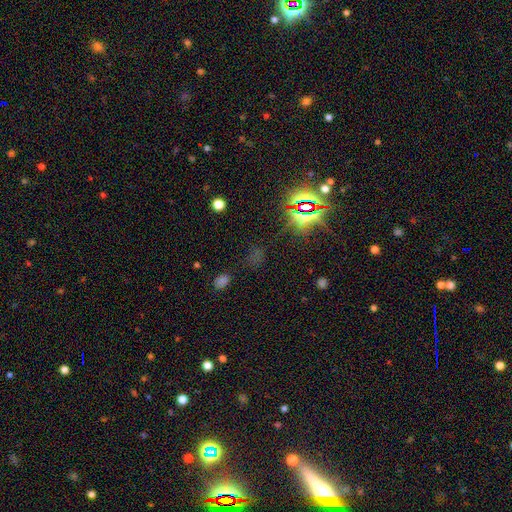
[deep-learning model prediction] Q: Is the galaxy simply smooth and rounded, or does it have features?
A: star or artifact — 67%.